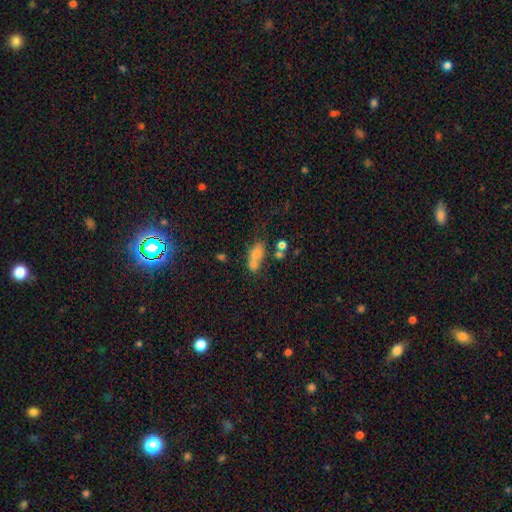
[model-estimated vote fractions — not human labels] Overall: smooth (69%). How rounded: in between (71%). Merging: merger (51%; none 29%).